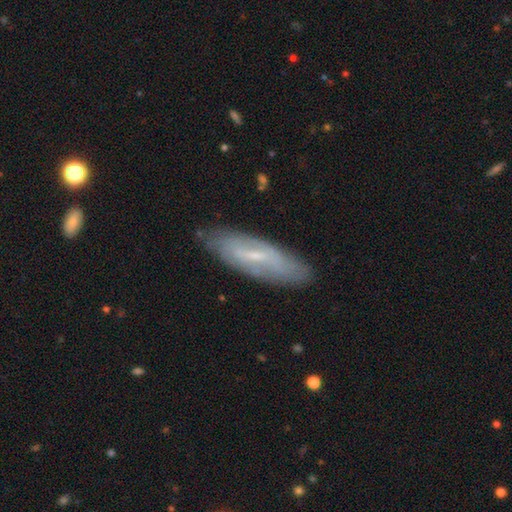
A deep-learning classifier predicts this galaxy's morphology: The model was most divided on "smooth or featured": featured or disk: 58%, smooth: 35%, star or artifact: 7%. More confident: merging — none (79%); edge-on disk — no (67%).